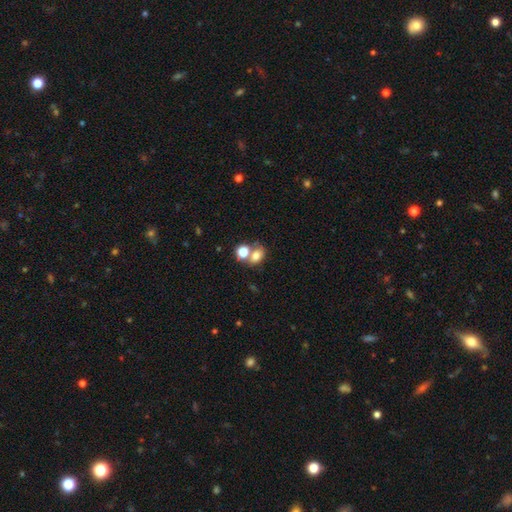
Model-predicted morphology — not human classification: Q: Smooth or featured?
A: smooth (75%); runner-up: star or artifact (13%)
Q: How rounded?
A: in between (61%); runner-up: round (37%)
Q: Merging?
A: merger (45%); runner-up: none (39%)